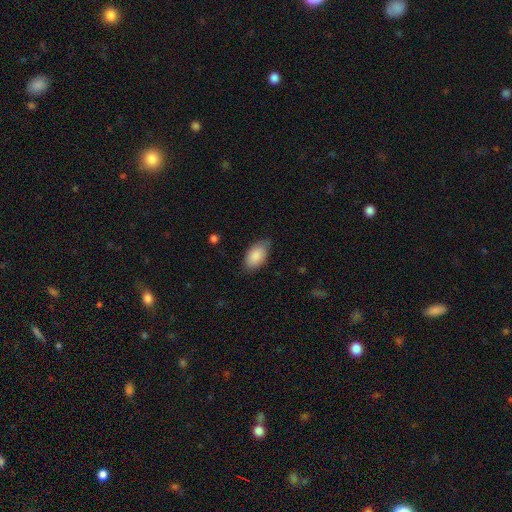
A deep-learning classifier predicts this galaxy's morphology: Smooth or featured? smooth (88%)
How rounded? in between (95%)
Merging? none (75%)